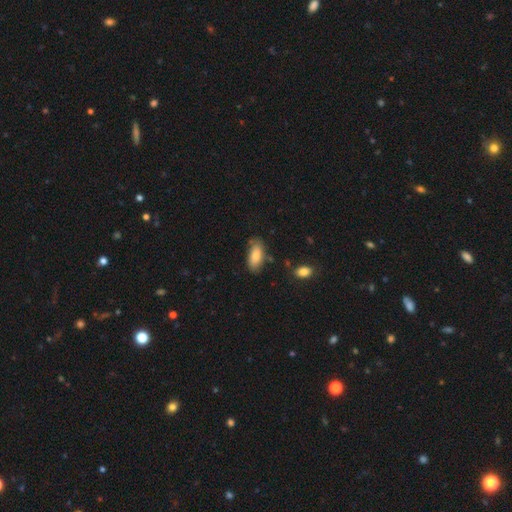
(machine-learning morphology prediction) A smooth galaxy with no disk features (83%) that is in between round and cigar-shaped (86%). Merging: none (73%).